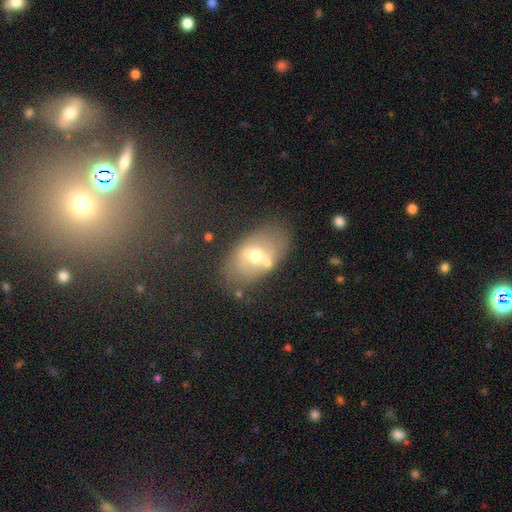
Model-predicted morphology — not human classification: This appears to be a featured or disk galaxy (45%, tied with smooth). Merging: none (67%).